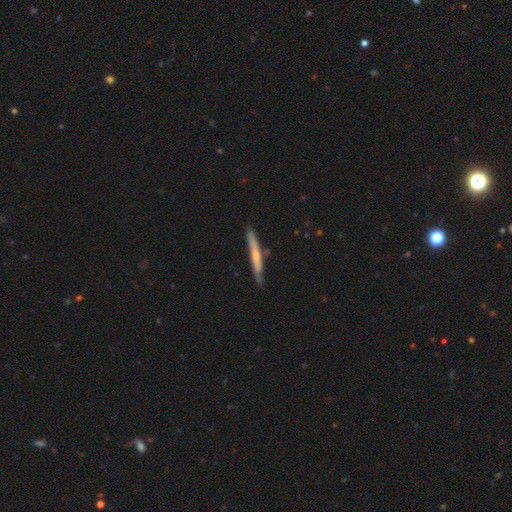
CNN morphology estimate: type=smooth (48%); merging=none (80%).